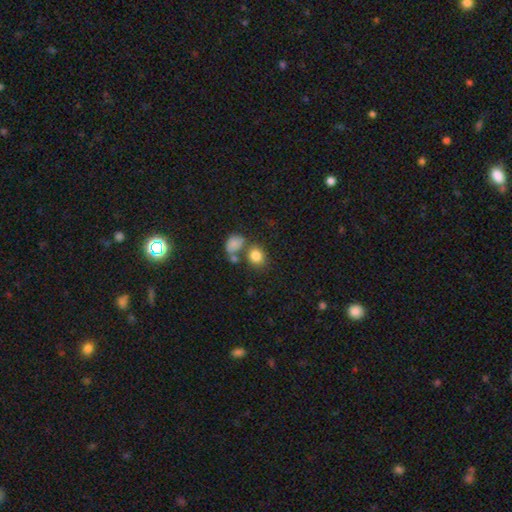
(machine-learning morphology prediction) A smooth galaxy with no disk features (82%) that is round (62%).

Vote fractions:
- Smooth or featured? smooth: 82% / star or artifact: 10% / featured or disk: 8%
- How rounded? round: 62% / in between: 37% / cigar-shaped: 1%
- Merging? none: 57% / merger: 25% / minor disturbance: 12% / major disturbance: 6%